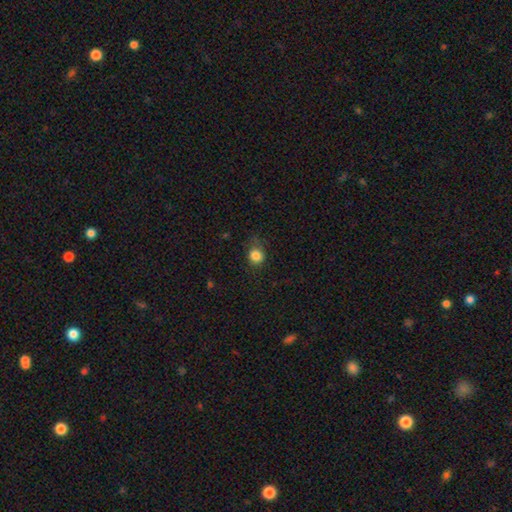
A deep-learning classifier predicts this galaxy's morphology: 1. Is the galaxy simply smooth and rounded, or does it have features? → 84% smooth, 11% star or artifact, 4% featured or disk.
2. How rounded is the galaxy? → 82% round, 17% in between, 1% cigar-shaped.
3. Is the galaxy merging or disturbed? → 71% none, 21% minor disturbance, 6% major disturbance, 1% merger.